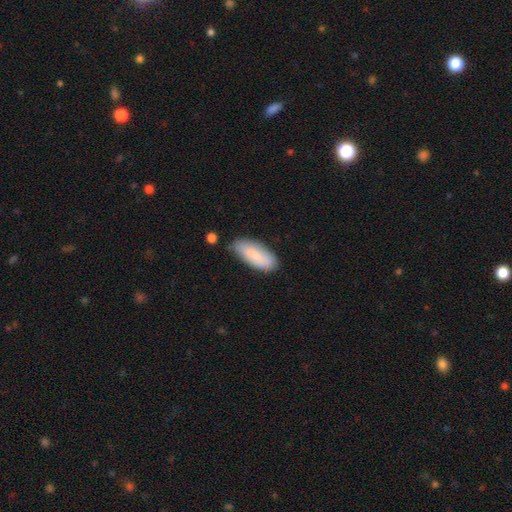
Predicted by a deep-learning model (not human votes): A smooth galaxy with no disk features (83%) that is in between round and cigar-shaped (80%). Merging: none (70%).